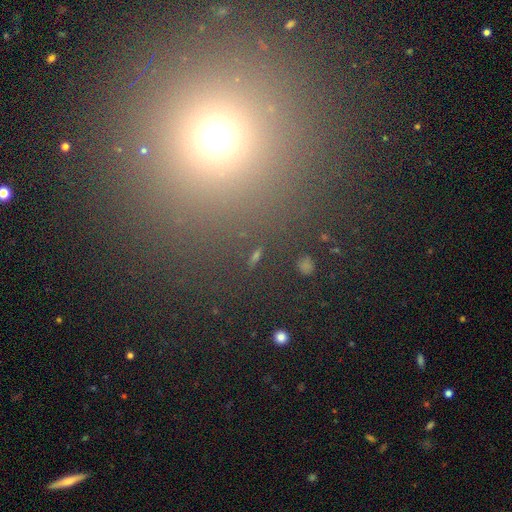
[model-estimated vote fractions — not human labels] Smooth or featured?
  - smooth: 46% *
  - star or artifact: 45%
  - featured or disk: 9%
Merging?
  - none: 85% *
  - minor disturbance: 7%
  - major disturbance: 4%
  - merger: 4%